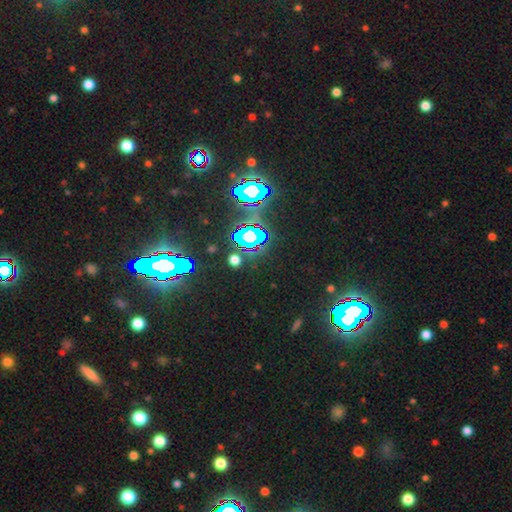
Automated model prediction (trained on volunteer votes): smooth-or-featured: star or artifact: 83% | smooth: 10% | featured or disk: 7%